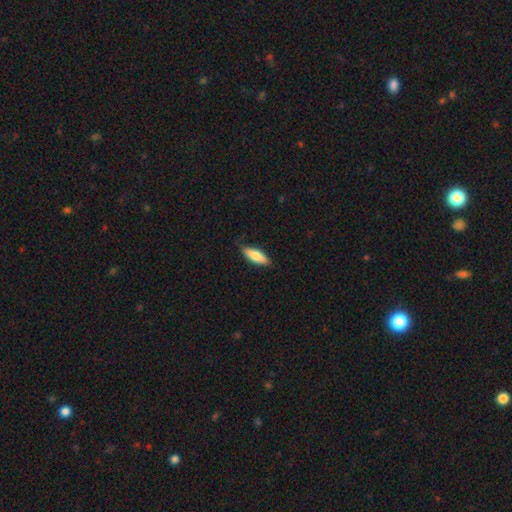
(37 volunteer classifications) This appears to be a smooth galaxy with no disk features (65%) that is in between round and cigar-shaped (71%). Merging: none (89%).